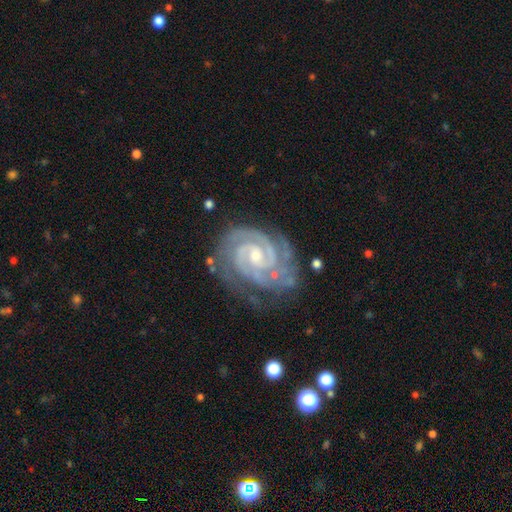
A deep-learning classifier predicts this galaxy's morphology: Q: Smooth or featured?
A: featured or disk (93%); runner-up: star or artifact (4%)
Q: Edge-on disk?
A: no (98%); runner-up: yes (2%)
Q: Bar?
A: no (46%); runner-up: weak (41%)
Q: Spiral arms?
A: yes (99%); runner-up: no (1%)
Q: Spiral winding?
A: tight (75%); runner-up: medium (23%)
Q: Spiral arm count?
A: 2 (66%); runner-up: 3 (19%)
Q: Bulge size?
A: small (60%); runner-up: moderate (36%)
Q: Merging?
A: none (71%); runner-up: minor disturbance (21%)